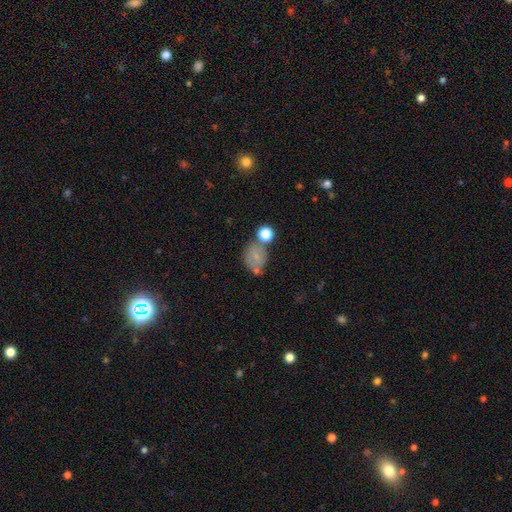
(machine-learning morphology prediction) A smooth galaxy with no disk features (66%) that is round (53%). Merging: none (49%).